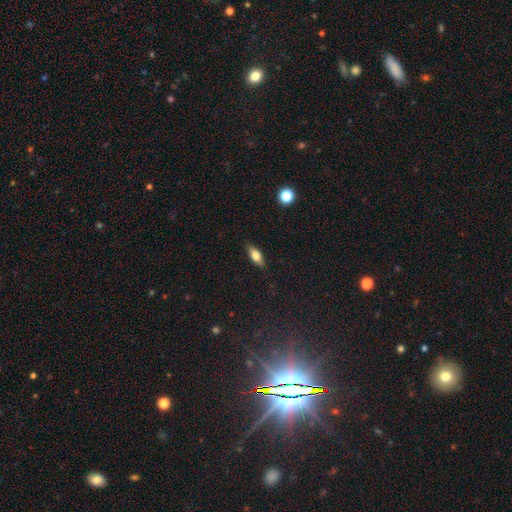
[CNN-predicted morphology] Smooth or featured: smooth — 60% (featured or disk — 32%)
How rounded: in between — 68% (cigar-shaped — 28%)
Merging: none — 86% (minor disturbance — 10%)